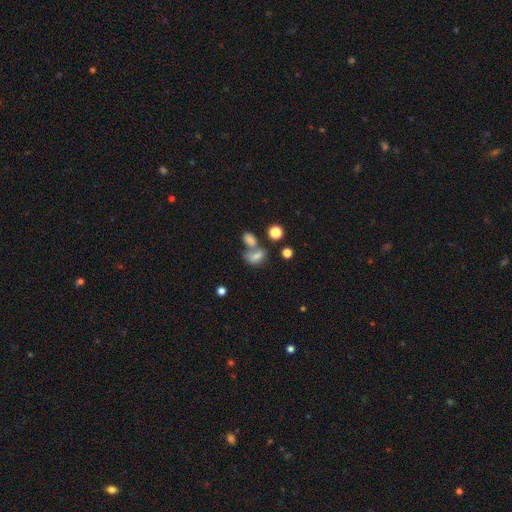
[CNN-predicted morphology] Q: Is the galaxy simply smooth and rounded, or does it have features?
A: smooth — 71%.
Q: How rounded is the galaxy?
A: in between — 81%.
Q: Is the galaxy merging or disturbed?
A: merger — 48%.